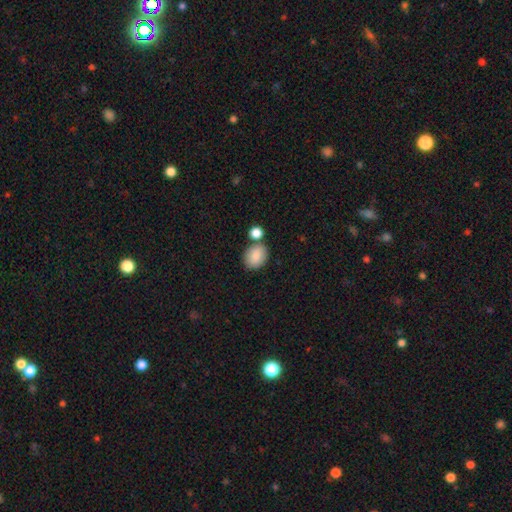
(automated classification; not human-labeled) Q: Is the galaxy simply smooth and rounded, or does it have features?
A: smooth — 86%.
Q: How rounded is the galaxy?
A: in between — 59%.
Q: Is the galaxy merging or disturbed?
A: none — 67%.